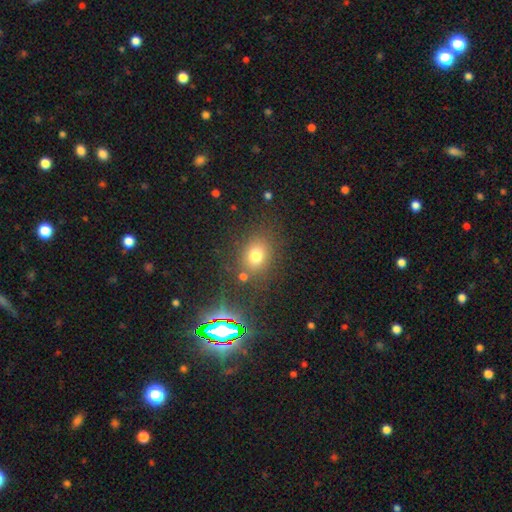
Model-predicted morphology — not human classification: type=smooth (72%); roundness=round (59%); merging=none (76%).